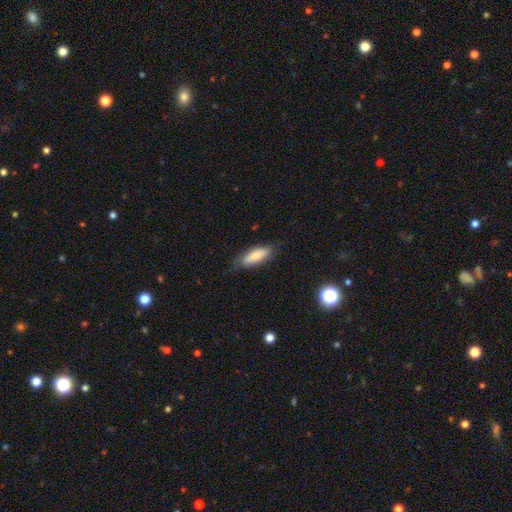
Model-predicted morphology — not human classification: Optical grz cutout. It shows a smooth galaxy with no disk features (70%) that is in between round and cigar-shaped (64%). Merging: none (76%).